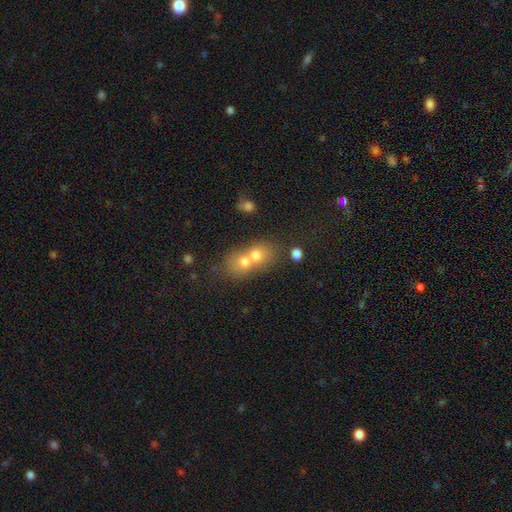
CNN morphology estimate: Overall: smooth (65%). How rounded: round (55%; in between 43%). Merging: merger (73%).